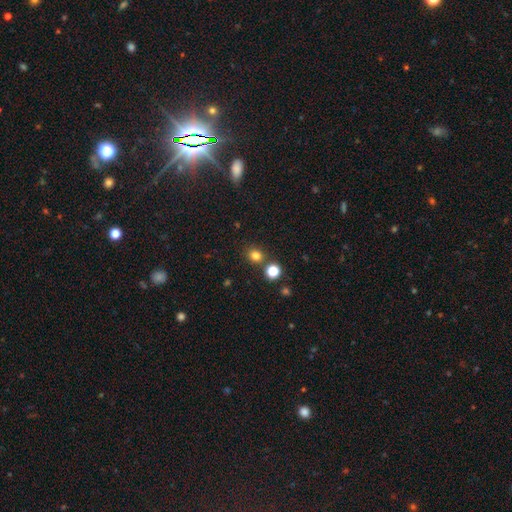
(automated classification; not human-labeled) smooth 78%, star or artifact 17%, featured or disk 5%. Down the decision tree: how rounded — round (83%); merging — none (81%).